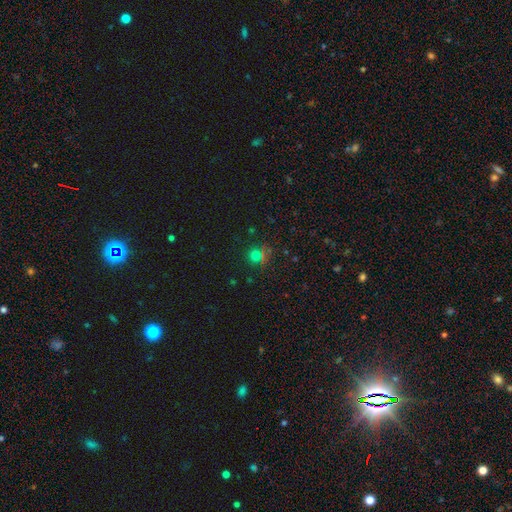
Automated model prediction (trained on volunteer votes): Q: Smooth or featured?
A: smooth (57%); runner-up: star or artifact (36%)
Q: How rounded?
A: round (90%); runner-up: in between (9%)
Q: Merging?
A: none (79%); runner-up: minor disturbance (10%)